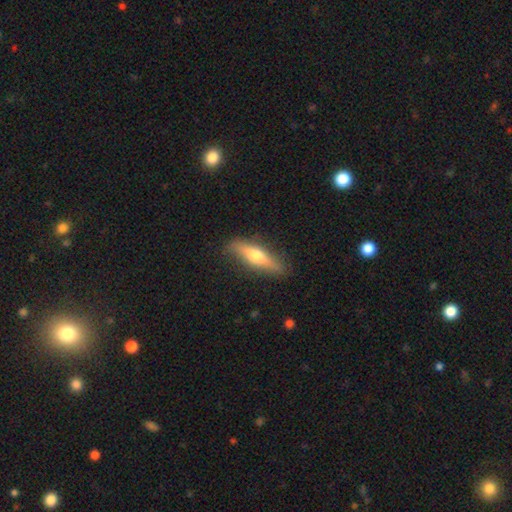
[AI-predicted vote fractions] smooth-or-featured: featured or disk: 49% | smooth: 45% | star or artifact: 6%
  merging: none: 83% | minor disturbance: 13% | major disturbance: 3% | merger: 1%